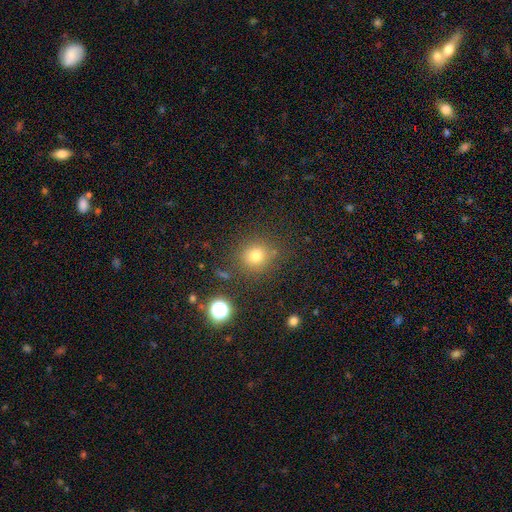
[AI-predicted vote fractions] The model was most divided on "smooth or featured": smooth: 75%, star or artifact: 17%, featured or disk: 8%. More confident: how rounded — round (90%); merging — none (82%).